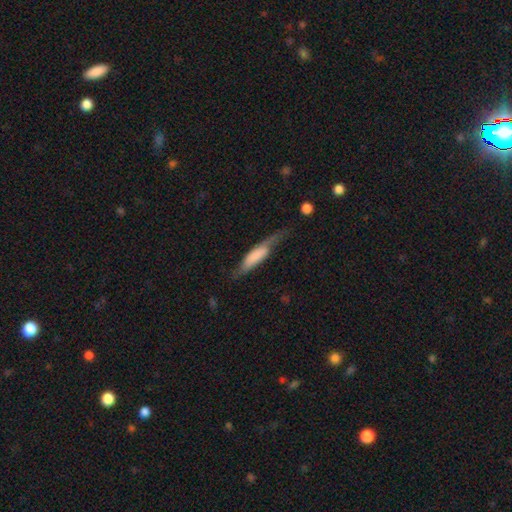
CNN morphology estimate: smooth-or-featured: smooth: 57% | featured or disk: 37% | star or artifact: 6%
  how-rounded: cigar-shaped: 68% | in between: 30% | round: 2%
  merging: none: 45% | minor disturbance: 33% | major disturbance: 19% | merger: 3%